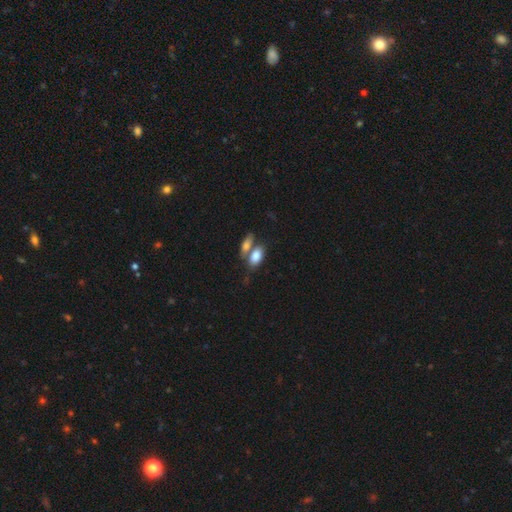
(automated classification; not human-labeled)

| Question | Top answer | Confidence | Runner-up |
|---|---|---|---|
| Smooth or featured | smooth | 82% | featured or disk (11%) |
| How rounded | in between | 90% | round (5%) |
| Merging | merger | 46% | none (39%) |